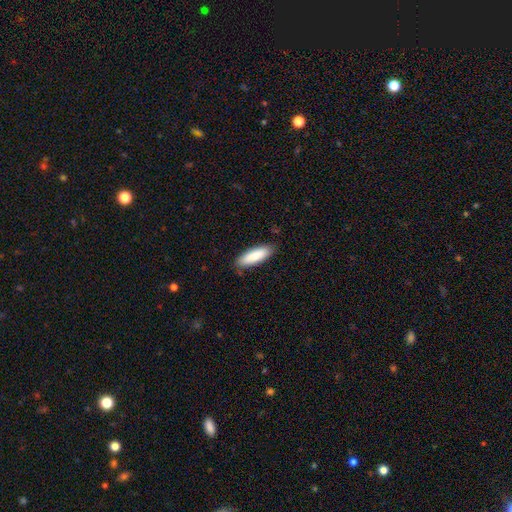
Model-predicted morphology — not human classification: smooth_or_featured: smooth (p=0.85) [alt: featured or disk p=0.09]
how_rounded: in between (p=0.54) [alt: cigar-shaped p=0.45]
merging: none (p=0.85) [alt: minor disturbance p=0.11]